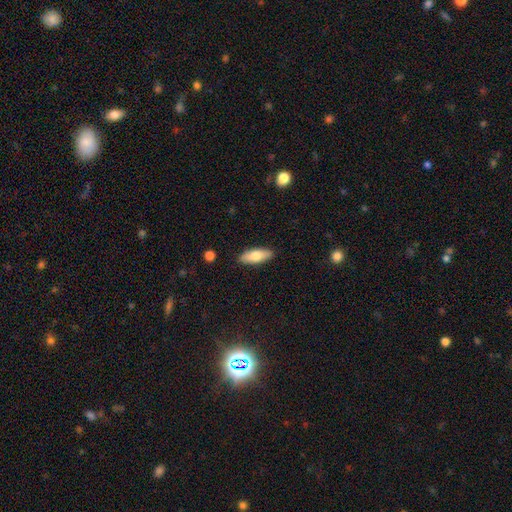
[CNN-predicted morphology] smooth_or_featured: smooth (p=0.73) [alt: featured or disk p=0.21]
how_rounded: in between (p=0.70) [alt: cigar-shaped p=0.28]
merging: none (p=0.88) [alt: minor disturbance p=0.09]